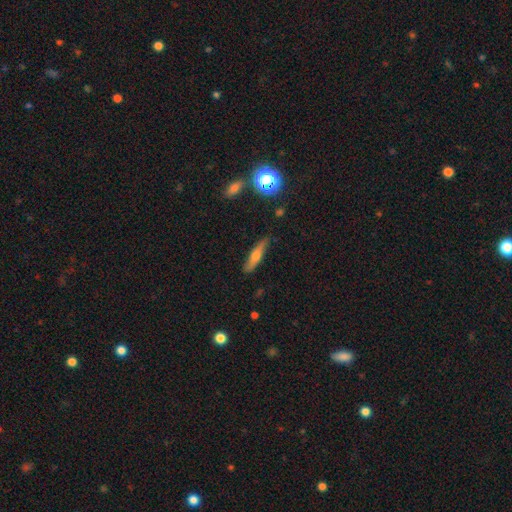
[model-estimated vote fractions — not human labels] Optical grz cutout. It shows a smooth galaxy with no disk features (49%). Merging: none (82%).